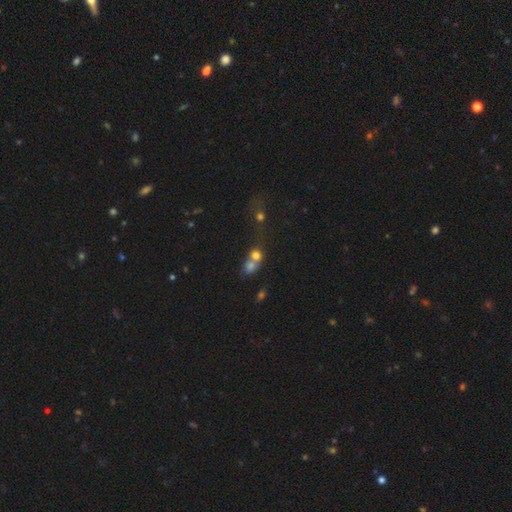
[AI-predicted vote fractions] The model was most divided on "merging": merger: 64%, none: 25%, minor disturbance: 6%, major disturbance: 5%. More confident: how rounded — round (71%); smooth or featured — smooth (69%).